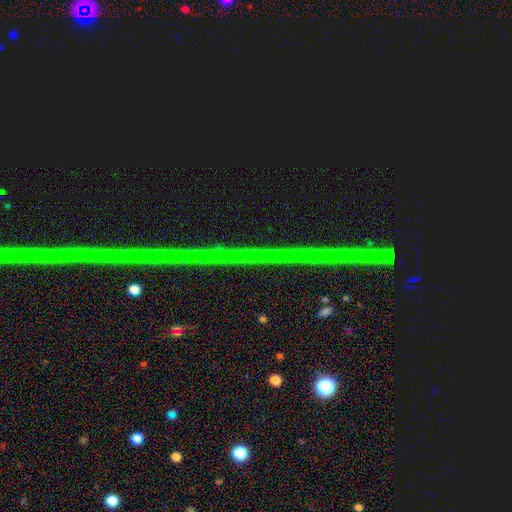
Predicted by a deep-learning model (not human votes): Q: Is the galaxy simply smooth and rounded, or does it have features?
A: star or artifact — 89%.